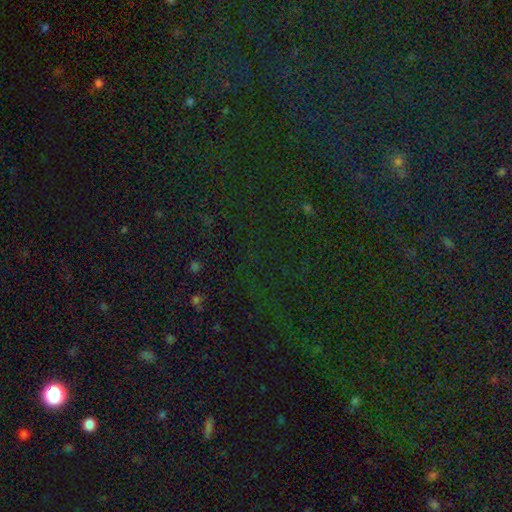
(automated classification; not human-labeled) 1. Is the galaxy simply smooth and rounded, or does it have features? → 82% star or artifact, 11% smooth, 7% featured or disk.